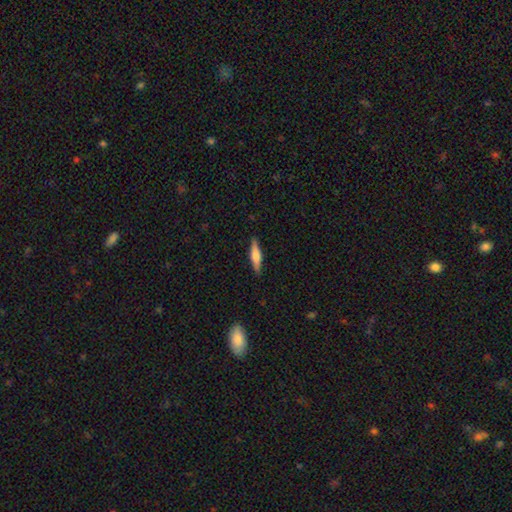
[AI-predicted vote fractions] Smooth or featured?
  - smooth: 52% *
  - featured or disk: 42%
  - star or artifact: 6%
How rounded?
  - cigar-shaped: 78% *
  - in between: 20%
  - round: 2%
Merging?
  - none: 89% *
  - minor disturbance: 8%
  - major disturbance: 2%
  - merger: 1%